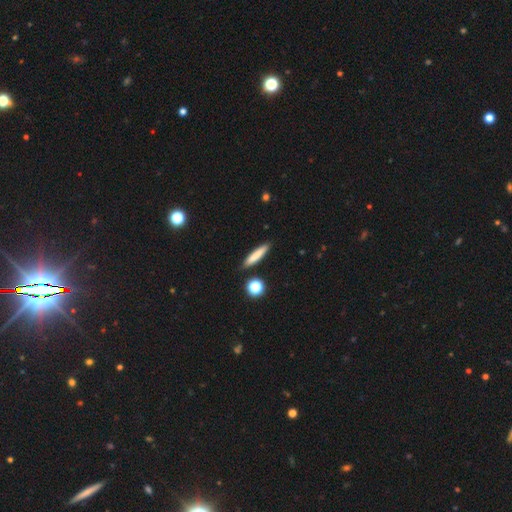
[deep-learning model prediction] Smooth or featured?
  - smooth: 77% *
  - featured or disk: 16%
  - star or artifact: 8%
How rounded?
  - cigar-shaped: 88% *
  - in between: 9%
  - round: 2%
Merging?
  - none: 87% *
  - minor disturbance: 9%
  - merger: 3%
  - major disturbance: 2%